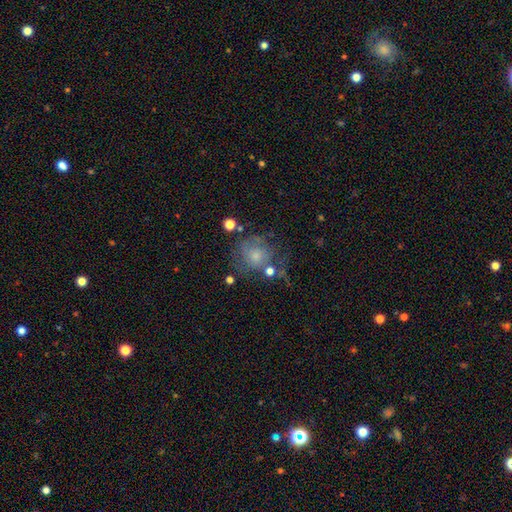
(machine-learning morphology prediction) A smooth galaxy with no disk features (58%) that is round (83%). Merging: none (48%).